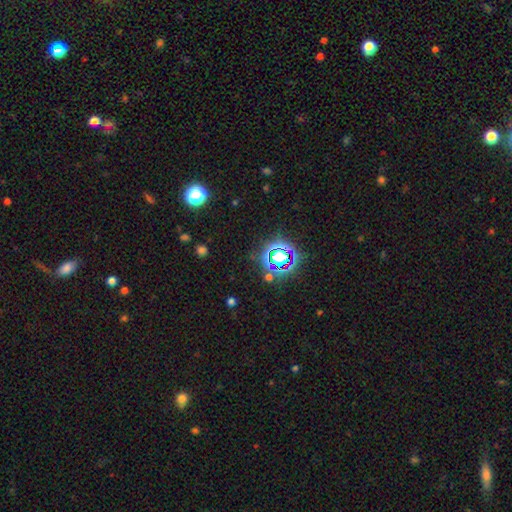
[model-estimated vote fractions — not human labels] The model was most divided on "smooth or featured": star or artifact: 77%, smooth: 15%, featured or disk: 8%.